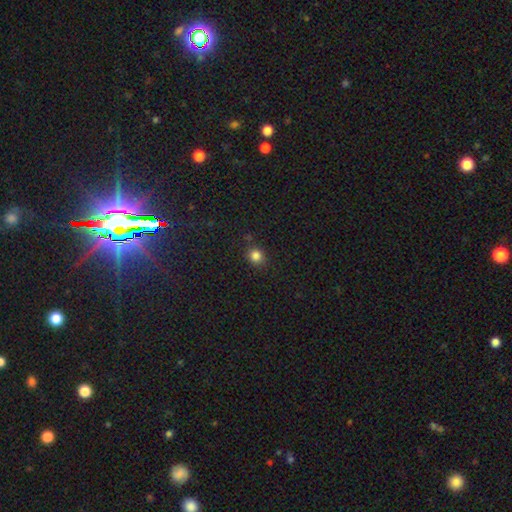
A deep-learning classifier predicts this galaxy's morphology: Smooth or featured? smooth (83%)
How rounded? round (80%)
Merging? none (84%)